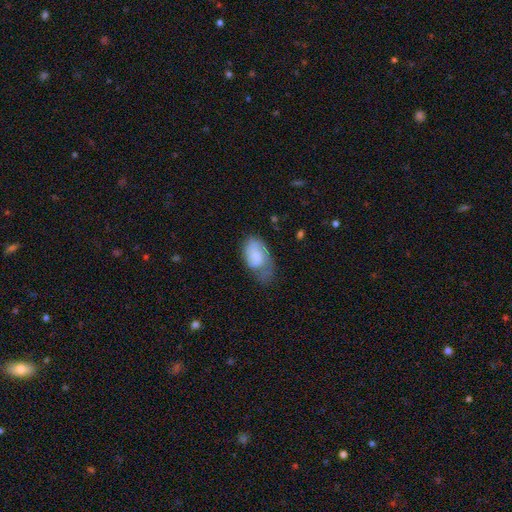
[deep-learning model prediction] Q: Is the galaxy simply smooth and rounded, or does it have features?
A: smooth — 59%.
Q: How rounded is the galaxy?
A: in between — 92%.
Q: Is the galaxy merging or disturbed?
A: none — 36%, tied with minor disturbance.